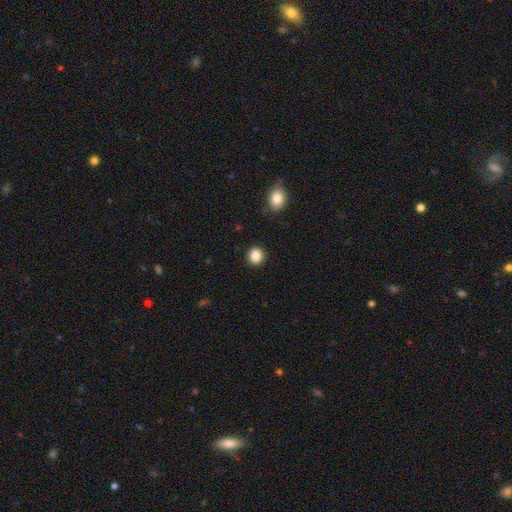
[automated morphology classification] Overall: smooth (87%). How rounded: round (86%). Merging: none (91%).